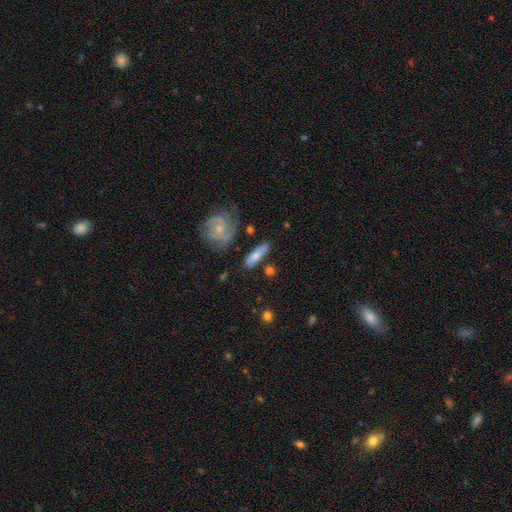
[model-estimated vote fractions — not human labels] Overall: smooth (57%; featured or disk 37%). How rounded: cigar-shaped (58%; in between 37%). Merging: none (71%).